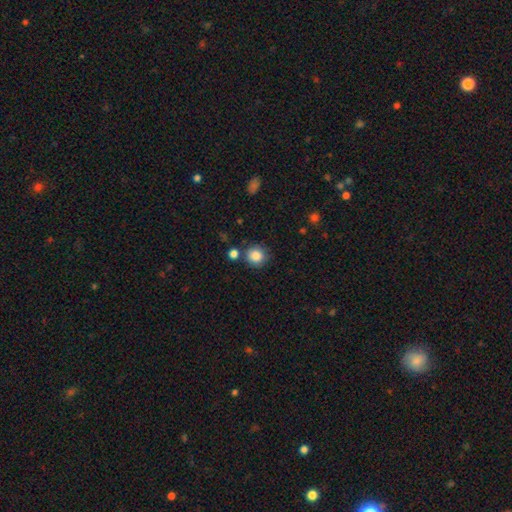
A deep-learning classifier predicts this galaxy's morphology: smooth_or_featured: smooth (p=0.85) [alt: star or artifact p=0.09]
how_rounded: round (p=0.87) [alt: in between p=0.12]
merging: none (p=0.75) [alt: minor disturbance p=0.12]